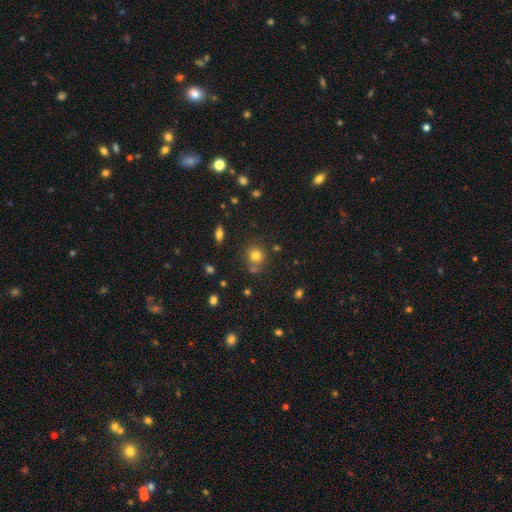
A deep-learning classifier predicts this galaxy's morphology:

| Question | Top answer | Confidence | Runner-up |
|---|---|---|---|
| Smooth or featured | smooth | 76% | star or artifact (15%) |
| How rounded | round | 87% | in between (12%) |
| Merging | none | 70% | merger (15%) |